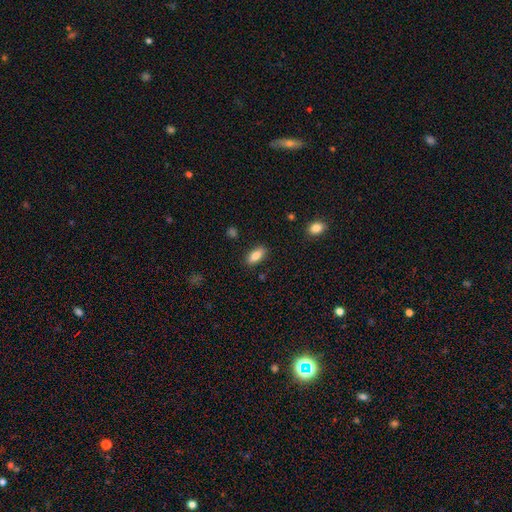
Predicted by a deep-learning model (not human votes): Overall: smooth (84%). How rounded: in between (86%). Merging: none (86%).